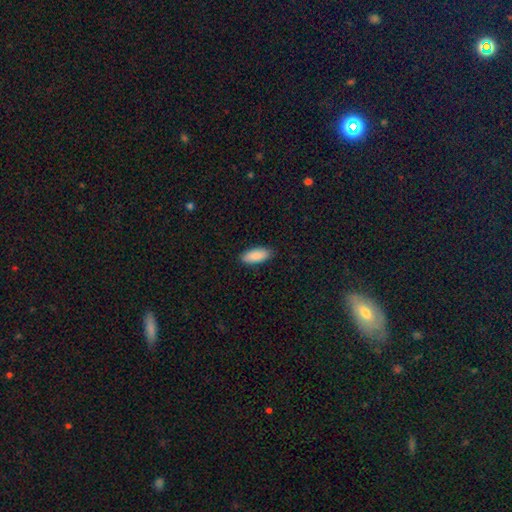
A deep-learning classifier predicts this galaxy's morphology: smooth 90%, star or artifact 6%, featured or disk 4%. Down the decision tree: how rounded — in between (84%); merging — none (89%).